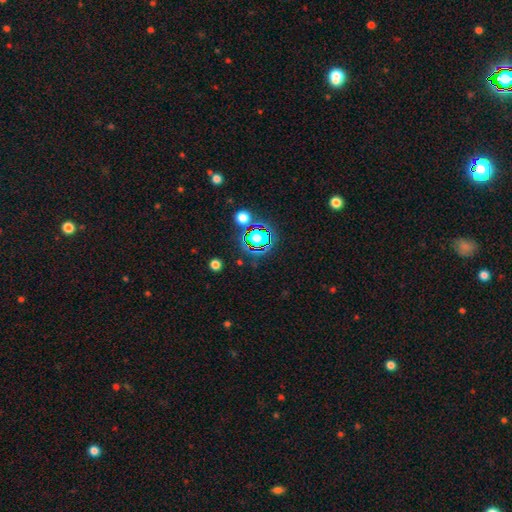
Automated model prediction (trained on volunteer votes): A star or artifact, not a galaxy (79%).